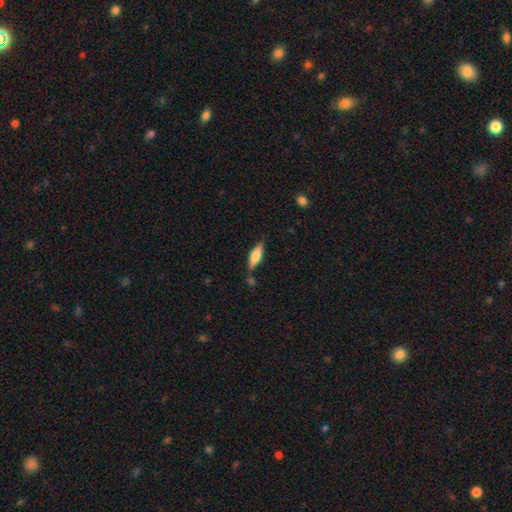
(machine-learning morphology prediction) This appears to be a smooth galaxy with no disk features (61%) that is cigar-shaped (49%, tied with in between). Merging: none (74%).